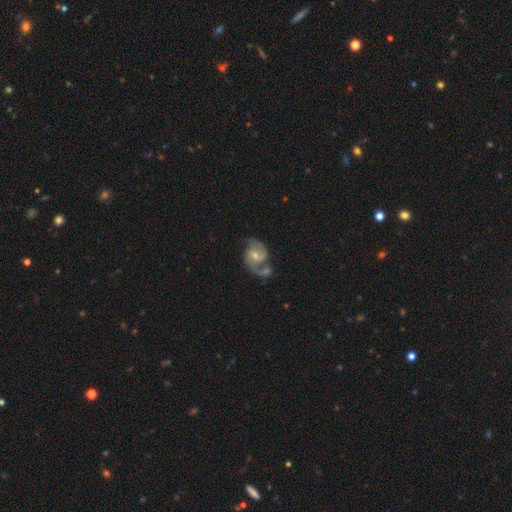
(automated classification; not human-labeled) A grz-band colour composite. It shows a featured or disk galaxy (84%) with no bar (46%), 2 (85%) medium (52%) spiral arms (95%) and a small central bulge (53%). Merging: none (45%).